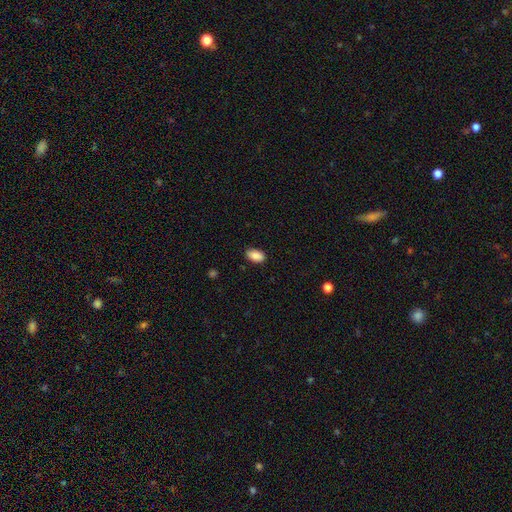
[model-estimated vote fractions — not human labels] Q: Smooth or featured?
A: smooth (89%); runner-up: star or artifact (7%)
Q: How rounded?
A: in between (94%); runner-up: round (4%)
Q: Merging?
A: none (86%); runner-up: minor disturbance (11%)